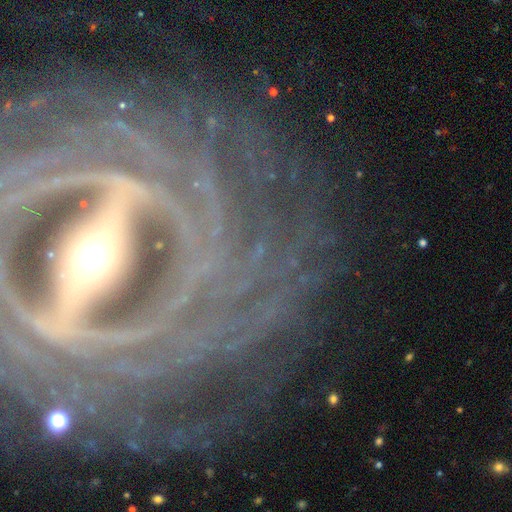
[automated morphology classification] Smooth or featured? Predicted: featured or disk (p=0.89). Edge-on disk? Predicted: no (p=0.84). Bar? Predicted: strong (p=0.79). Spiral arms? Predicted: yes (p=0.90). Spiral winding? Predicted: tight (p=0.74). Spiral arm count? Predicted: can't tell (p=0.27). Bulge size? Predicted: moderate (p=0.56). Merging? Predicted: none (p=0.75).